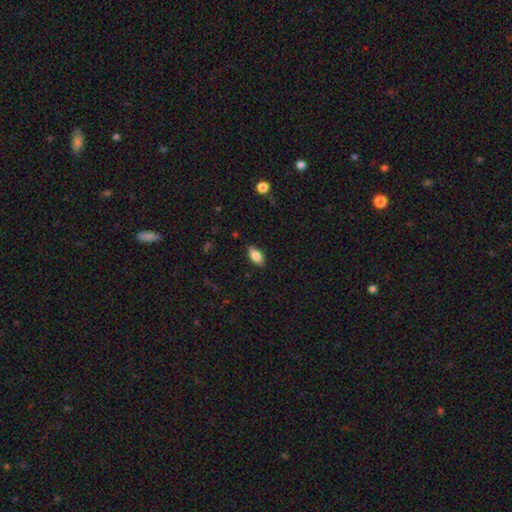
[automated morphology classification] smooth 81%, featured or disk 12%, star or artifact 7%. Down the decision tree: how rounded — in between (87%); merging — none (85%).